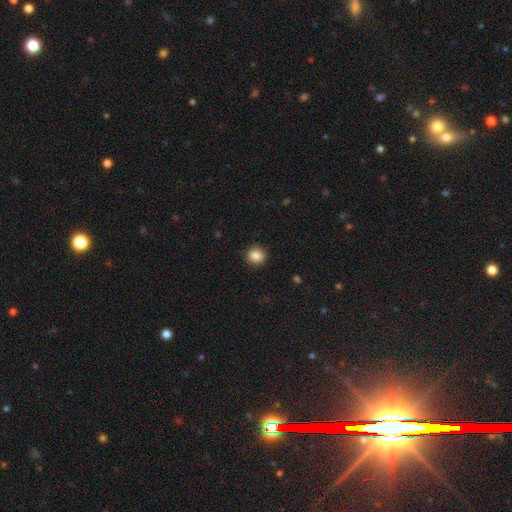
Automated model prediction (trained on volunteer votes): The model was most divided on "smooth or featured": smooth: 86%, star or artifact: 10%, featured or disk: 4%. More confident: merging — none (90%); how rounded — round (88%).